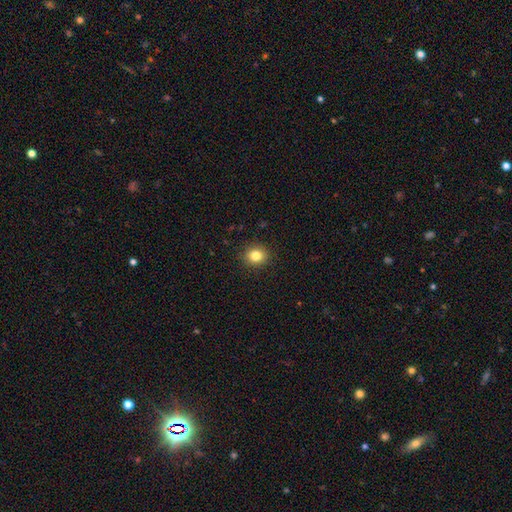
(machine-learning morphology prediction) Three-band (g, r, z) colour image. It shows a smooth galaxy with no disk features (83%) that is round (74%). Merging: none (90%).